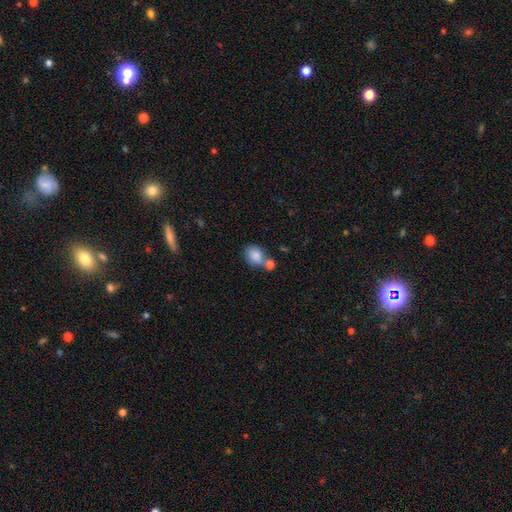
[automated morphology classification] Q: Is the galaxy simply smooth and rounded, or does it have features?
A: smooth — 84%.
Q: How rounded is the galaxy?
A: round — 53%.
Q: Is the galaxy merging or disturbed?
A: none — 49%.